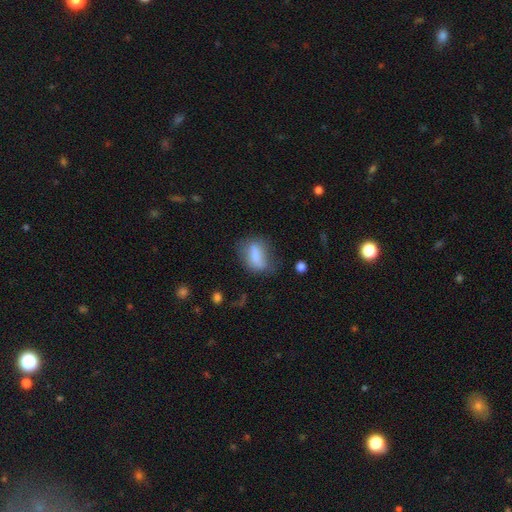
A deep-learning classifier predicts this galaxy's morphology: smooth_or_featured: smooth (p=0.71) [alt: featured or disk p=0.20]
how_rounded: in between (p=0.78) [alt: round p=0.14]
merging: none (p=0.52) [alt: minor disturbance p=0.28]